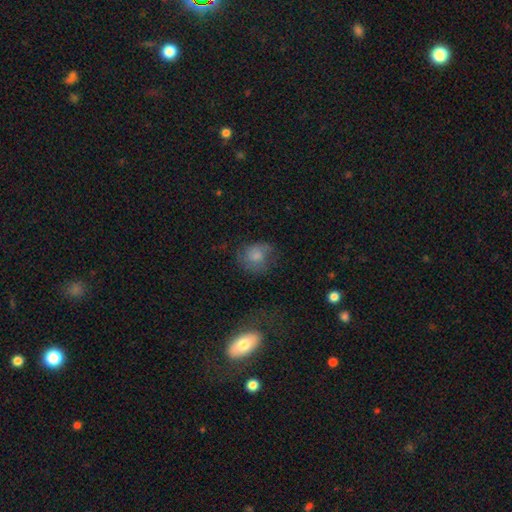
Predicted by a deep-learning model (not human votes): Morphology: type=smooth (60%); roundness=round (63%); merging=none (52%).